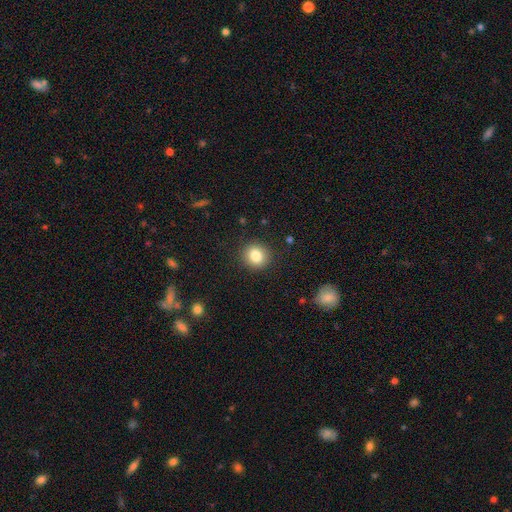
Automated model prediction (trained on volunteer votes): Smooth or featured?
  - smooth: 83% *
  - star or artifact: 10%
  - featured or disk: 7%
How rounded?
  - round: 86% *
  - in between: 13%
  - cigar-shaped: 1%
Merging?
  - none: 90% *
  - minor disturbance: 7%
  - major disturbance: 2%
  - merger: 1%